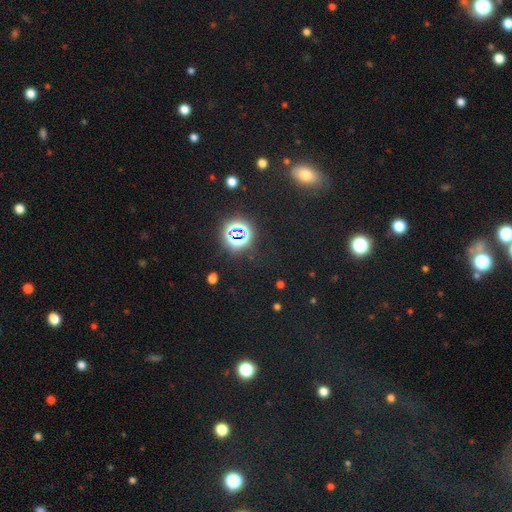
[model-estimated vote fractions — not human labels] Smooth or featured?
  - star or artifact: 57% *
  - smooth: 36%
  - featured or disk: 8%